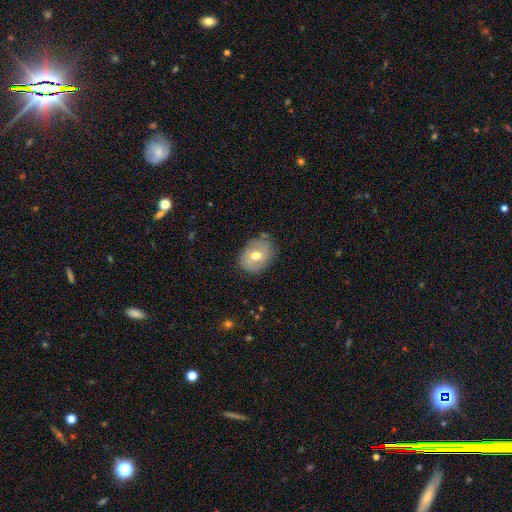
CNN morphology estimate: Smooth or featured: smooth — 55% (featured or disk — 37%)
How rounded: in between — 61% (round — 38%)
Merging: none — 72% (minor disturbance — 21%)